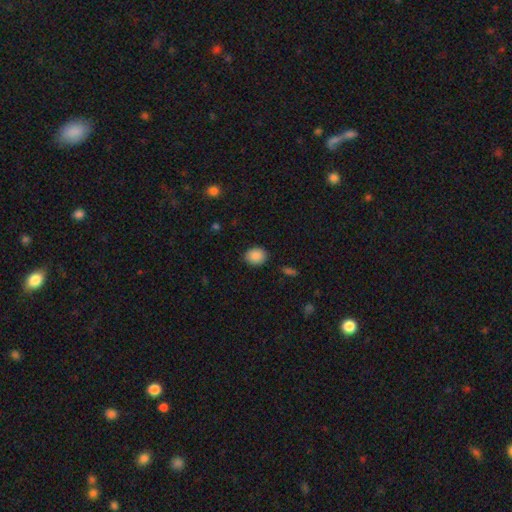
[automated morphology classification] smooth 88%, star or artifact 8%, featured or disk 4%. Down the decision tree: how rounded — round (52%); merging — none (87%).